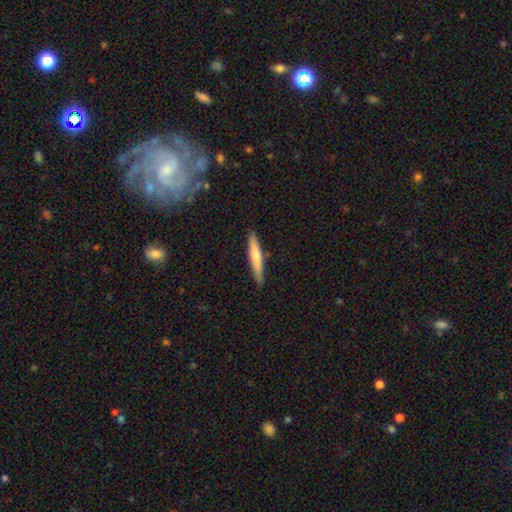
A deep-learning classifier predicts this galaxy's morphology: Smooth or featured? Predicted: smooth (p=0.65). How rounded? Predicted: cigar-shaped (p=0.92). Merging? Predicted: none (p=0.85).